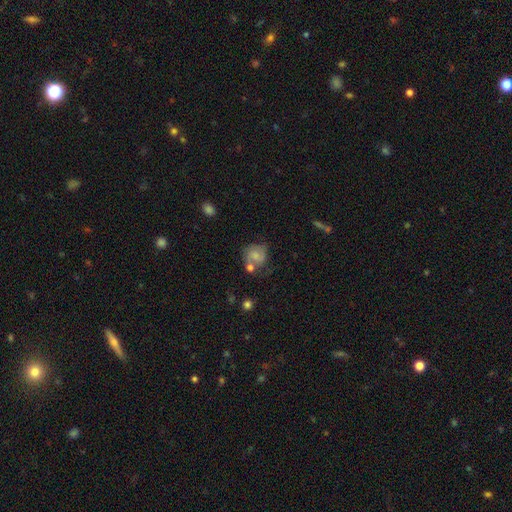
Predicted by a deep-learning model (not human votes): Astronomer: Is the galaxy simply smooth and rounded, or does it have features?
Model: smooth — 49% (runner-up: featured or disk, 42%).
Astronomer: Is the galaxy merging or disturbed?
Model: none — 44% (runner-up: minor disturbance, 23%).